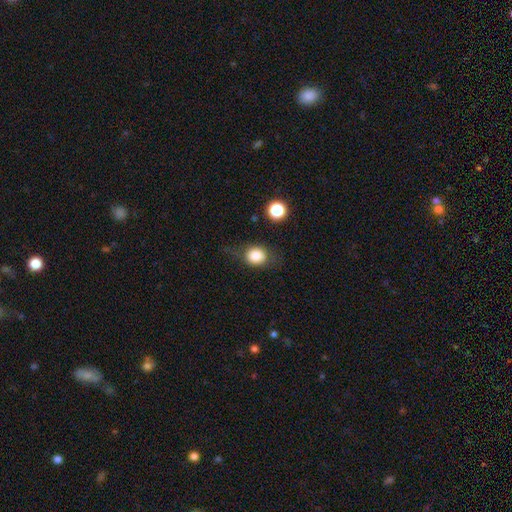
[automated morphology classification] Q: Smooth or featured?
A: smooth (80%); runner-up: featured or disk (10%)
Q: How rounded?
A: round (63%); runner-up: in between (35%)
Q: Merging?
A: none (68%); runner-up: minor disturbance (20%)